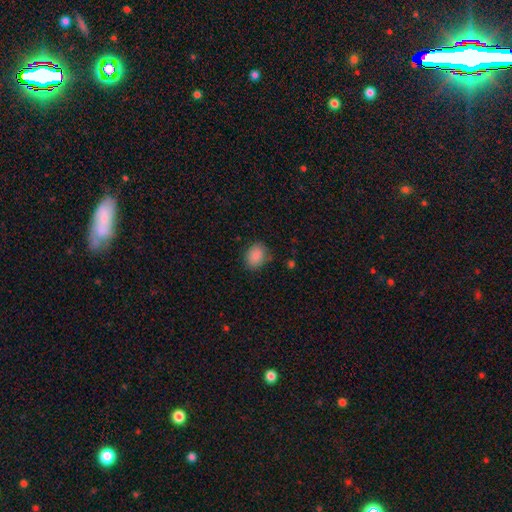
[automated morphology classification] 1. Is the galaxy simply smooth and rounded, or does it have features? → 88% smooth, 8% star or artifact, 4% featured or disk.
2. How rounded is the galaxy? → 53% in between, 46% round, 1% cigar-shaped.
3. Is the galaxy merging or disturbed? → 80% none, 15% minor disturbance, 4% major disturbance, 2% merger.